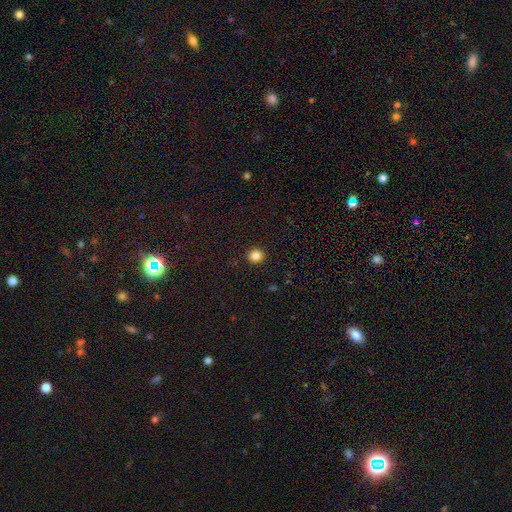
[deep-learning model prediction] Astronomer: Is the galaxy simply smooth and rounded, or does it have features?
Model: smooth — 84%.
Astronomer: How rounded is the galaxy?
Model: round — 88%.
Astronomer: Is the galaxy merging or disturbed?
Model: none — 92%.